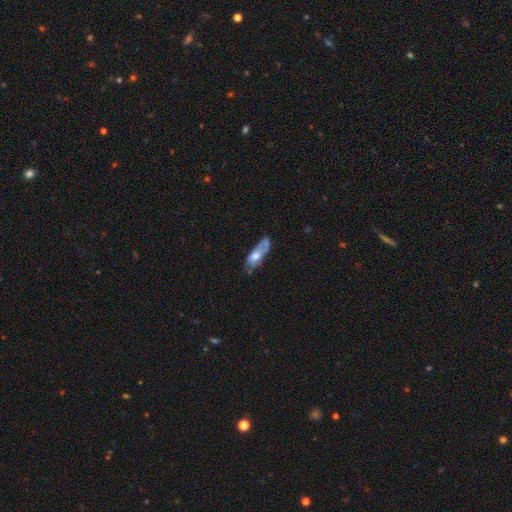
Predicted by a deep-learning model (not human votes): Overall: smooth (52%; featured or disk 42%). How rounded: in between (67%; cigar-shaped 30%). Merging: none (38%; minor disturbance 33%).